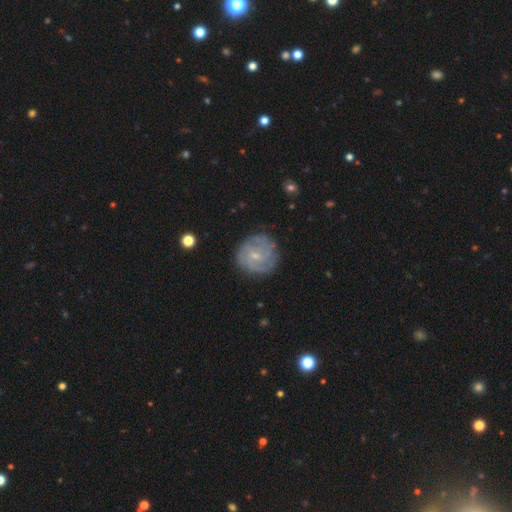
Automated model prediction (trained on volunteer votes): Morphology: type=featured or disk (62%); edge-on=no (98%); bar=no (56%); spiral arms=yes (78%); bulge=small (72%); merging=none (78%).